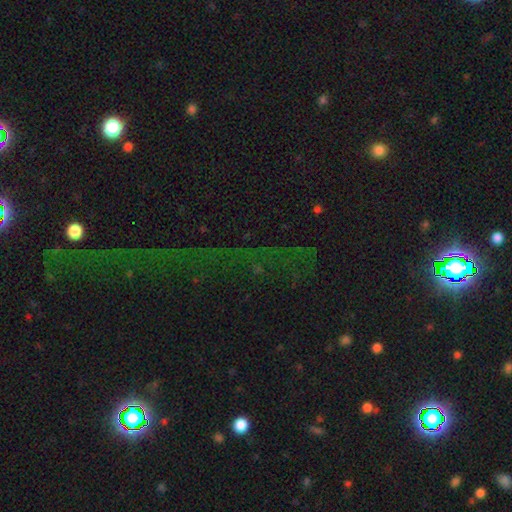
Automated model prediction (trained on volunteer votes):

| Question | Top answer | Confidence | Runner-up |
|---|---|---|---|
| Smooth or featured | star or artifact | 75% | smooth (13%) |